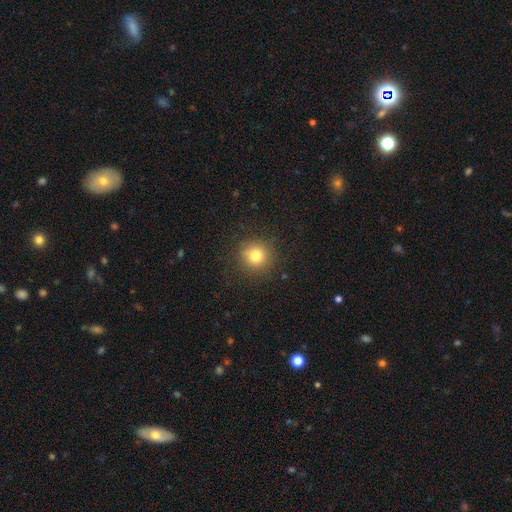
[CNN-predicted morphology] The model was most divided on "smooth or featured": smooth: 79%, star or artifact: 13%, featured or disk: 8%. More confident: how rounded — round (93%); merging — none (88%).